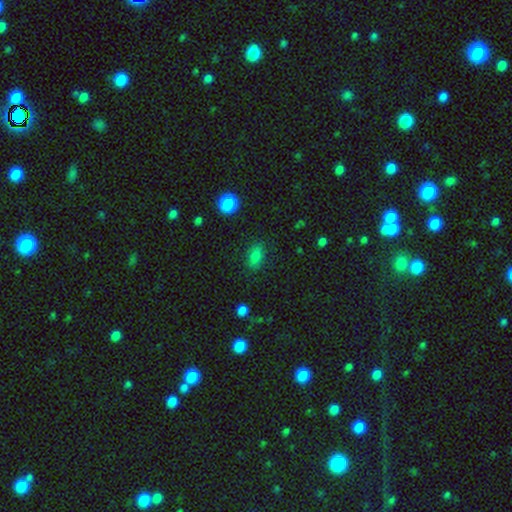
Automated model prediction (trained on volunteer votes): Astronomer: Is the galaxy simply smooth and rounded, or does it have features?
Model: smooth — 80%.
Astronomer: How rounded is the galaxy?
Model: in between — 82%.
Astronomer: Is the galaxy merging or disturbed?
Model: none — 83%.